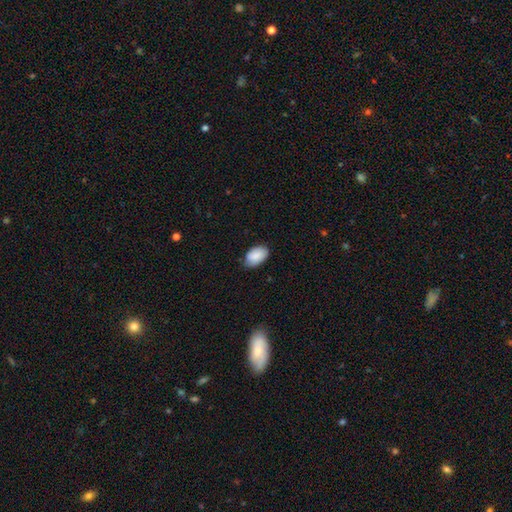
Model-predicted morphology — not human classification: Smooth or featured? smooth (84%)
How rounded? in between (93%)
Merging? none (69%)